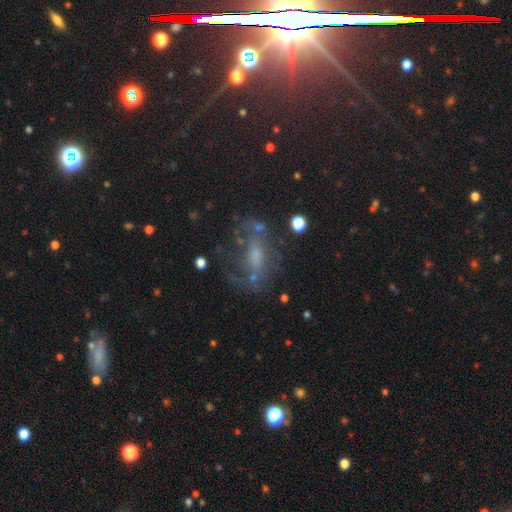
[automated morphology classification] Smooth or featured: featured or disk — 58% (smooth — 23%)
Edge-on disk: no — 92% (yes — 8%)
Bar: no — 48% (weak — 38%)
Spiral arms: yes — 63% (no — 37%)
Bulge size: small — 37% (tied with moderate — 37%)
Merging: none — 51% (major disturbance — 24%)